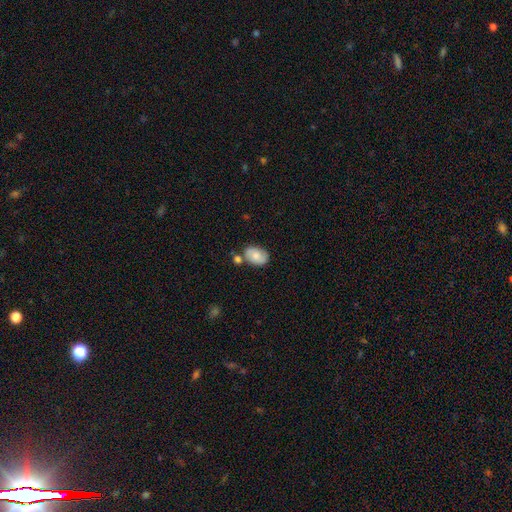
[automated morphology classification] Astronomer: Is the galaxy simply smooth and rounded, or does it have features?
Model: smooth — 77%.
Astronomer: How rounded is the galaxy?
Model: in between — 87%.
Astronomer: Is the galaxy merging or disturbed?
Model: none — 63%.